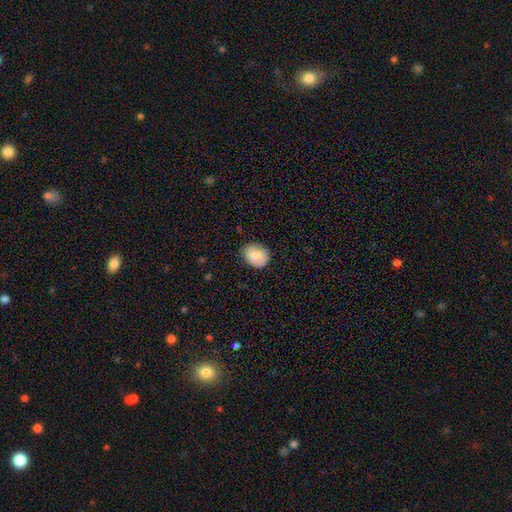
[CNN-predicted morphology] This is likely a smooth galaxy (74%). How rounded: possibly round (54%). Merging: likely none (75%).